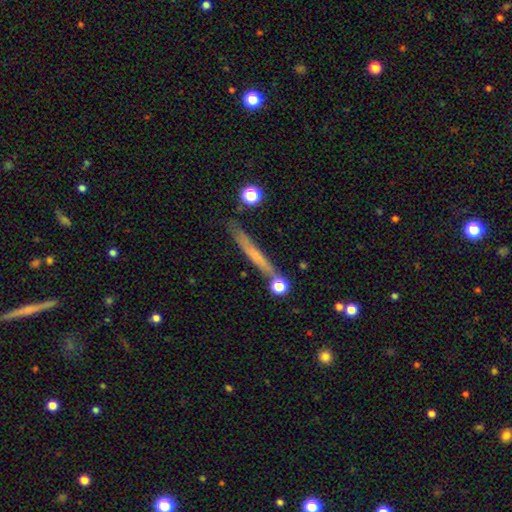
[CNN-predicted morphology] The model was most divided on "smooth or featured": smooth: 53%, featured or disk: 38%, star or artifact: 9%. More confident: how rounded — cigar-shaped (94%); merging — none (77%).